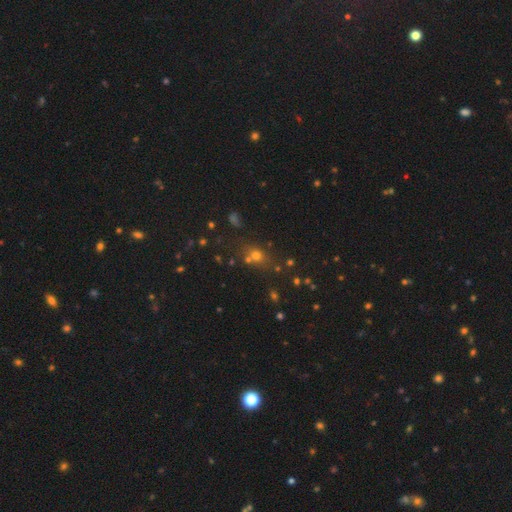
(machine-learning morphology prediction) This appears to be a smooth galaxy with no disk features (61%) that is round (64%). Merging: none (61%).